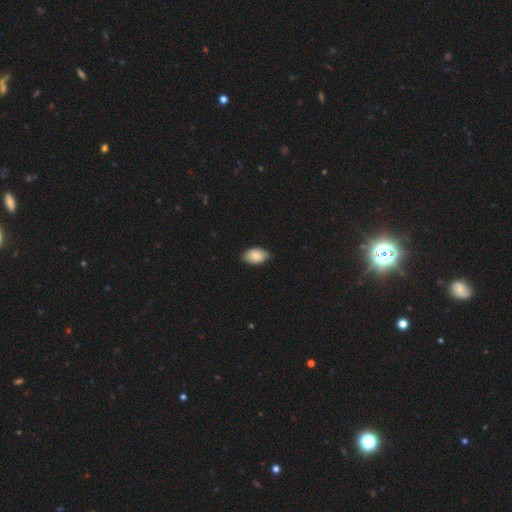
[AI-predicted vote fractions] smooth-or-featured: smooth: 83% | featured or disk: 10% | star or artifact: 6%
  how-rounded: in between: 91% | round: 7% | cigar-shaped: 1%
  merging: none: 81% | minor disturbance: 16% | major disturbance: 2% | merger: 1%